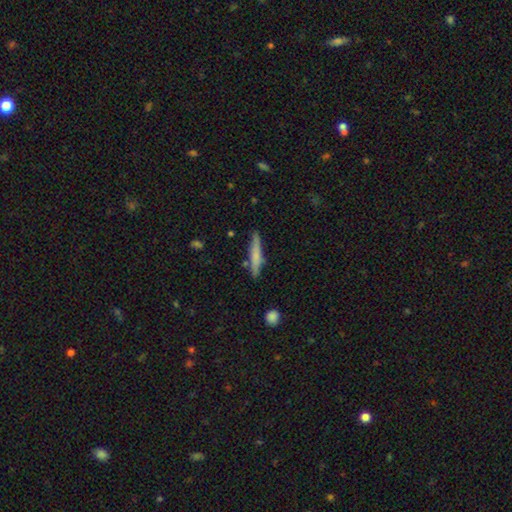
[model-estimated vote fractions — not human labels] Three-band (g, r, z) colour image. It shows a smooth galaxy with no disk features (60%) that is cigar-shaped (92%). Merging: none (83%).